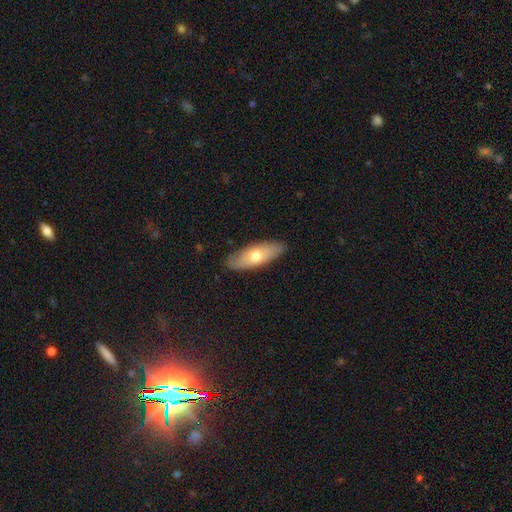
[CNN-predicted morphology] A smooth galaxy with no disk features (65%) that is in between round and cigar-shaped (68%).

Vote fractions:
- Smooth or featured? smooth: 65% / featured or disk: 30% / star or artifact: 6%
- How rounded? in between: 68% / cigar-shaped: 30% / round: 2%
- Merging? none: 86% / minor disturbance: 11% / major disturbance: 2% / merger: 1%